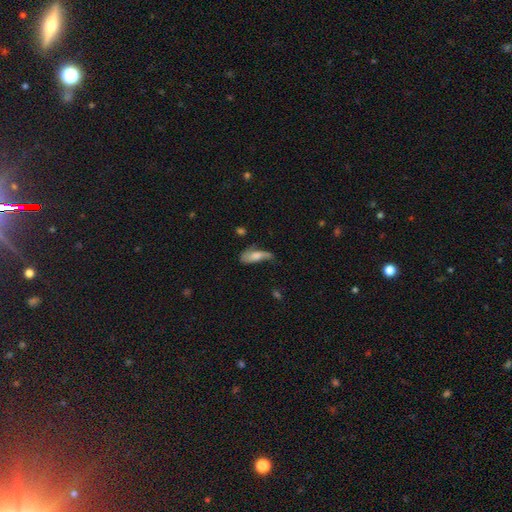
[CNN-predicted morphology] This is possibly a smooth galaxy (59%). How rounded: likely in between (68%). Merging: marginally minor disturbance (32%).